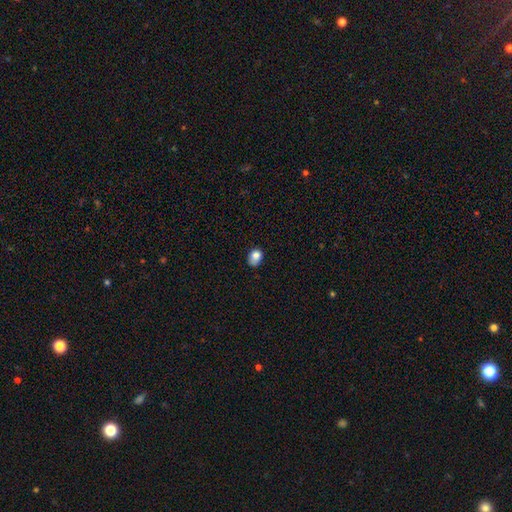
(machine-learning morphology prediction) Overall: smooth (81%). How rounded: in between (56%; round 43%). Merging: none (58%; minor disturbance 32%).